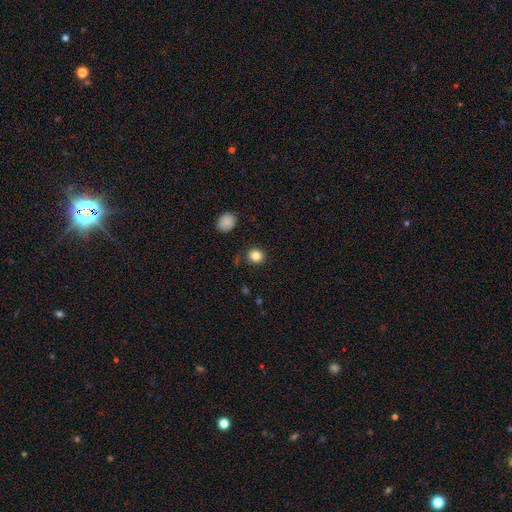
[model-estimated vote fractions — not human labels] Overall: smooth (84%). How rounded: round (85%). Merging: none (86%).